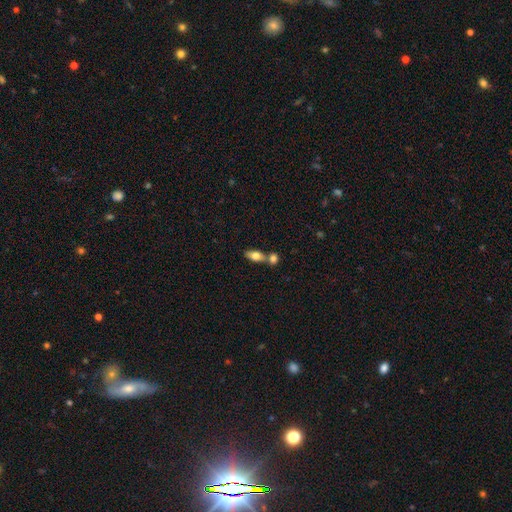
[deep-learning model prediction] This is likely a smooth galaxy (74%). How rounded: clearly in between (83%). Merging: marginally merger (44%, tied with none).